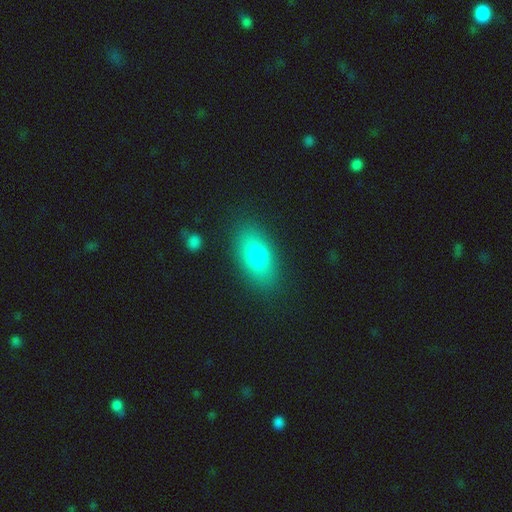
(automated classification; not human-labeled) This is likely a smooth galaxy (77%). How rounded: clearly in between (86%). Merging: clearly none (84%).